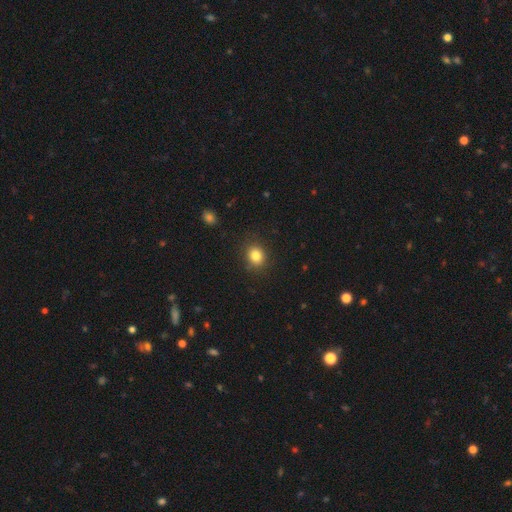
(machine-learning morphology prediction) Q: Smooth or featured?
A: smooth (83%); runner-up: star or artifact (11%)
Q: How rounded?
A: round (69%); runner-up: in between (31%)
Q: Merging?
A: none (87%); runner-up: minor disturbance (9%)